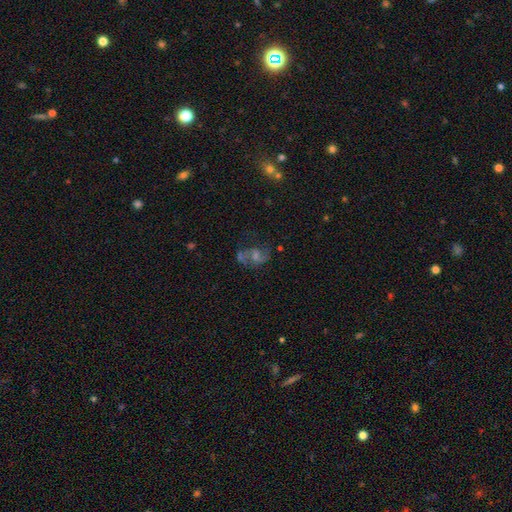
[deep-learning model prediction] Q: Smooth or featured?
A: featured or disk (60%); runner-up: star or artifact (21%)
Q: Edge-on disk?
A: no (97%); runner-up: yes (3%)
Q: Bar?
A: no (53%); runner-up: weak (38%)
Q: Spiral arms?
A: yes (79%); runner-up: no (21%)
Q: Bulge size?
A: moderate (37%); runner-up: small (35%)
Q: Merging?
A: none (53%); runner-up: major disturbance (18%)